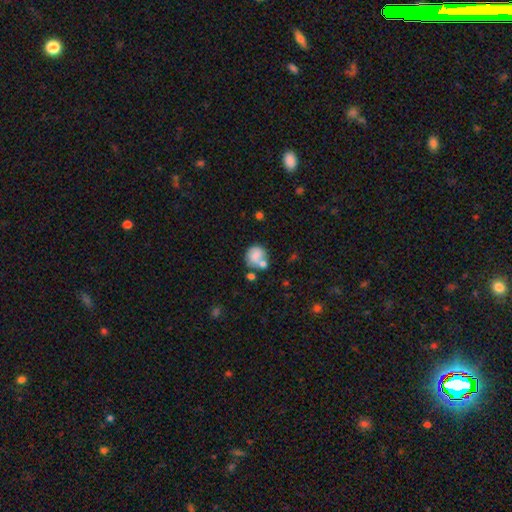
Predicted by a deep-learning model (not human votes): Morphology: type=smooth (65%); roundness=round (74%); merging=none (40%).